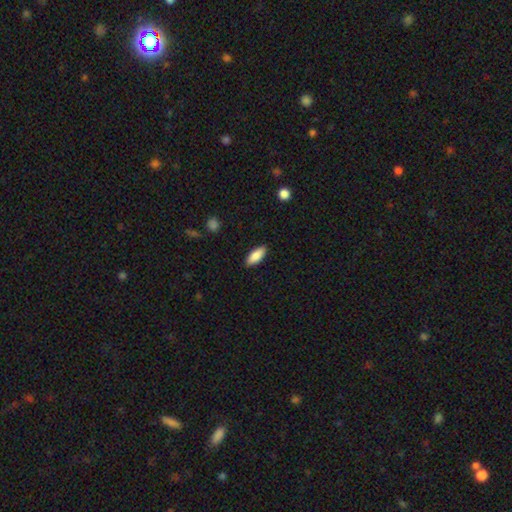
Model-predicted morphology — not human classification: Smooth or featured: smooth — 86% (featured or disk — 8%)
How rounded: in between — 77% (cigar-shaped — 21%)
Merging: none — 88% (minor disturbance — 9%)